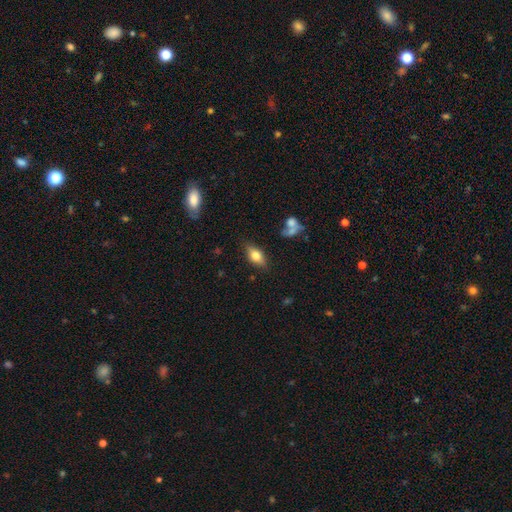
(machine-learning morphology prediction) smooth 64%, featured or disk 28%, star or artifact 8%. Down the decision tree: how rounded — in between (81%); merging — none (81%).